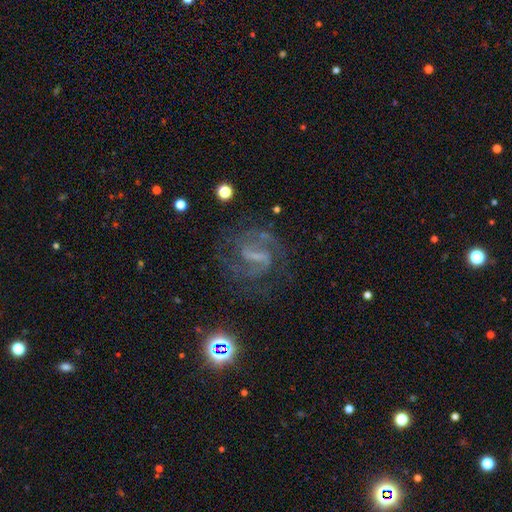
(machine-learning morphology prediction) A featured or disk galaxy (83%) with a strong bar (50%), 2 (81%) medium (54%) spiral arms (93%) and no central bulge (48%).

Vote fractions:
- Smooth or featured? featured or disk: 83% / star or artifact: 10% / smooth: 7%
- Edge-on disk? no: 97% / yes: 3%
- Bar? strong: 50% / weak: 39% / no: 11%
- Spiral arms? yes: 93% / no: 7%
- Spiral winding? medium: 54% / tight: 27% / loose: 19%
- Spiral arm count? 2: 81% / can't tell: 8% / 3: 4% / 1: 3% / 4: 2% / more than 4: 2%
- Bulge size? none: 48% / small: 38% / moderate: 11% / large: 2% / dominant: 1%
- Merging? none: 69% / minor disturbance: 15% / major disturbance: 13% / merger: 2%